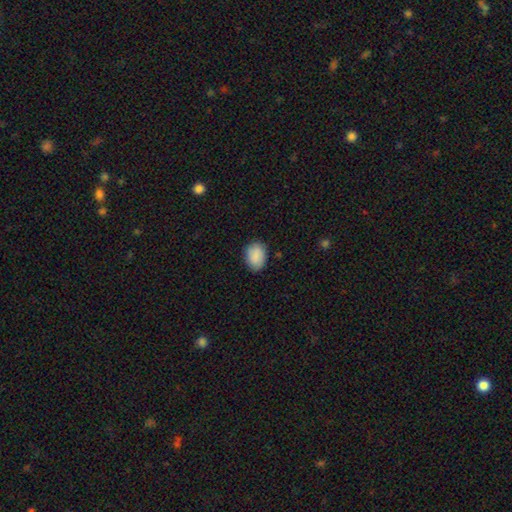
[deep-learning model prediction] Morphology: type=smooth (87%); roundness=in between (75%); merging=none (82%).